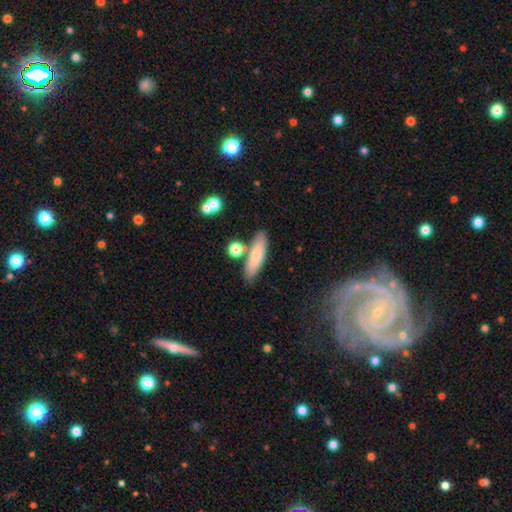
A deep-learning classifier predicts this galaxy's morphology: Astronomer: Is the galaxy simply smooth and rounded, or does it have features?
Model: smooth — 76%.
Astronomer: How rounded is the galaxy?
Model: cigar-shaped — 64%.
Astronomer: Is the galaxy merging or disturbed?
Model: none — 75%.